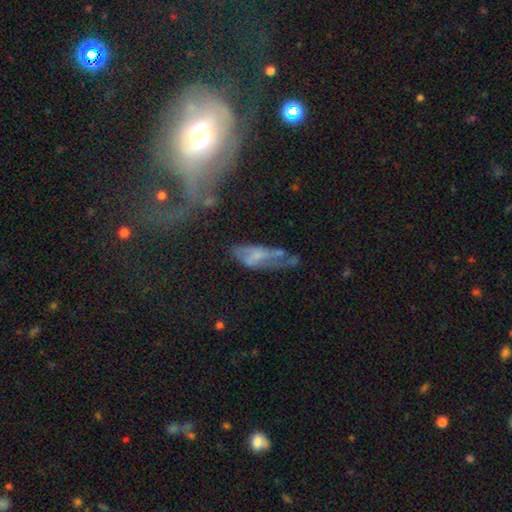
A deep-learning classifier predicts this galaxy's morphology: A featured or disk galaxy (46%). Merging: major disturbance (36%).